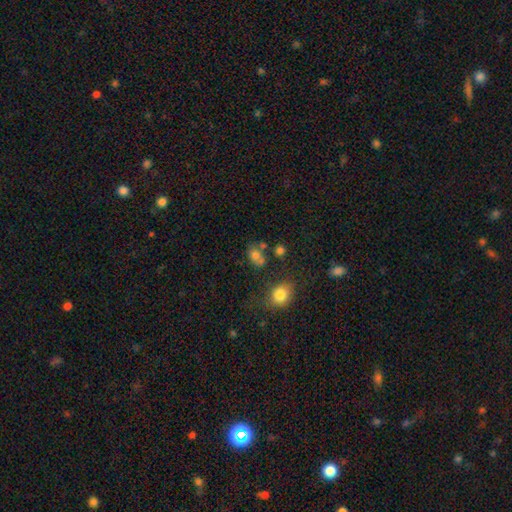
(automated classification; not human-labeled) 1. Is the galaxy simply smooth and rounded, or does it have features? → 73% smooth, 15% star or artifact, 12% featured or disk.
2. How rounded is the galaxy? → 50% in between, 48% round, 1% cigar-shaped.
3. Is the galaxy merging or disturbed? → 52% none, 25% merger, 16% minor disturbance, 7% major disturbance.